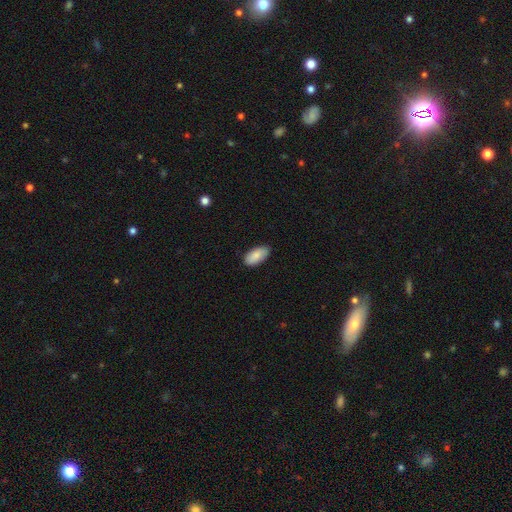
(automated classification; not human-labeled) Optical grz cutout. It shows a smooth galaxy with no disk features (85%) that is in between round and cigar-shaped (94%). Merging: none (83%).